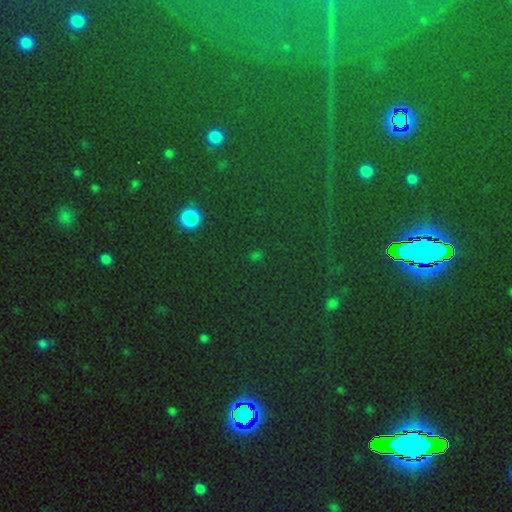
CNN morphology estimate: smooth_or_featured: star or artifact (p=0.57) [alt: smooth p=0.35]